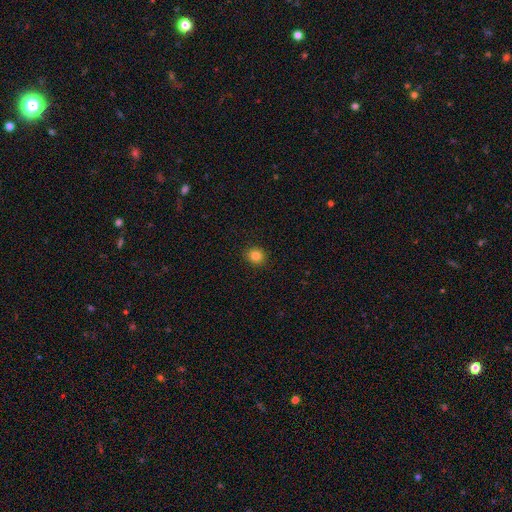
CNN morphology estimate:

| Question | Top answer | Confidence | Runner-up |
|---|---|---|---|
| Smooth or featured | smooth | 83% | star or artifact (12%) |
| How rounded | round | 78% | in between (21%) |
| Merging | none | 91% | minor disturbance (7%) |